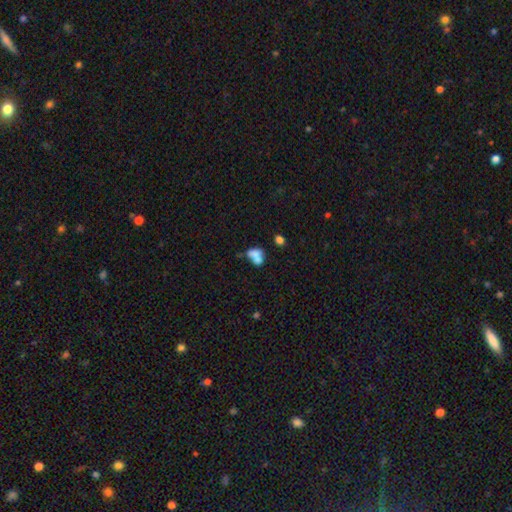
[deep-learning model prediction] This appears to be a smooth galaxy with no disk features (68%) that is in between round and cigar-shaped (73%). Merging: merger (53%).